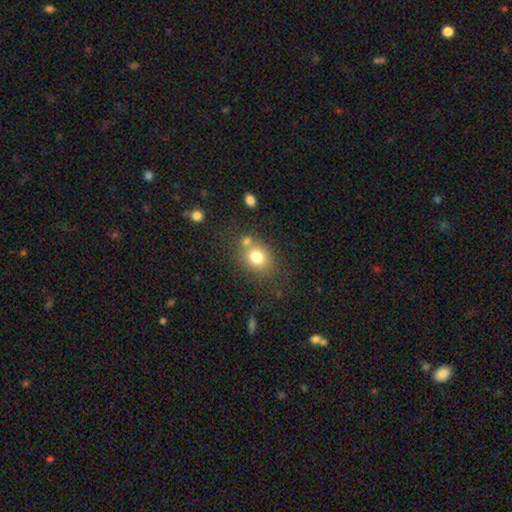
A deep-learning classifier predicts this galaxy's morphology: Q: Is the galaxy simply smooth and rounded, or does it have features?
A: smooth — 73%.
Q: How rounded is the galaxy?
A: round — 71%.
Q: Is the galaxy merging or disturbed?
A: none — 68%.